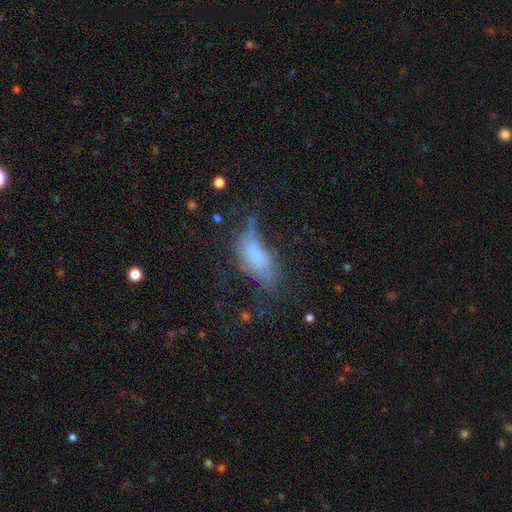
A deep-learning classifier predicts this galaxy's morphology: Smooth or featured? smooth (56%)
How rounded? in between (84%)
Merging? major disturbance (44%)